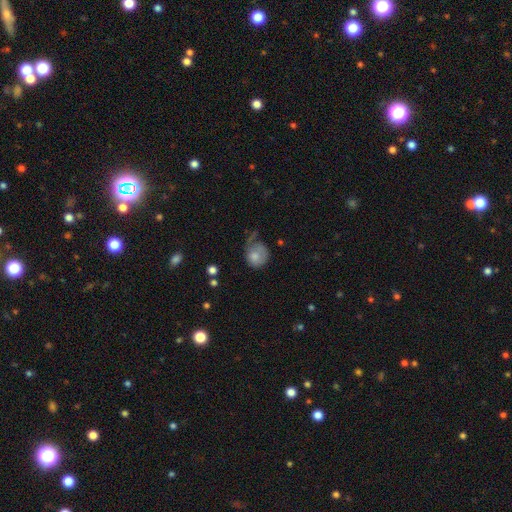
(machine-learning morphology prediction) Smooth or featured: smooth — 69% (featured or disk — 23%)
How rounded: round — 65% (in between — 34%)
Merging: major disturbance — 39% (none — 28%)